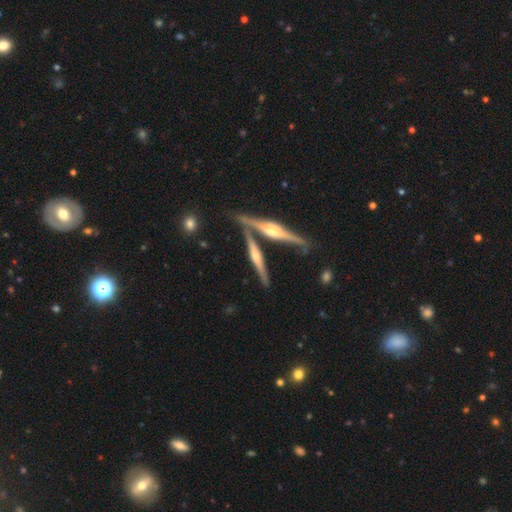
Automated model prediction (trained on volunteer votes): Overall: featured or disk (79%). Edge-on disk: yes (96%). Edge-on bulge: rounded (87%). Merging: none (69%).